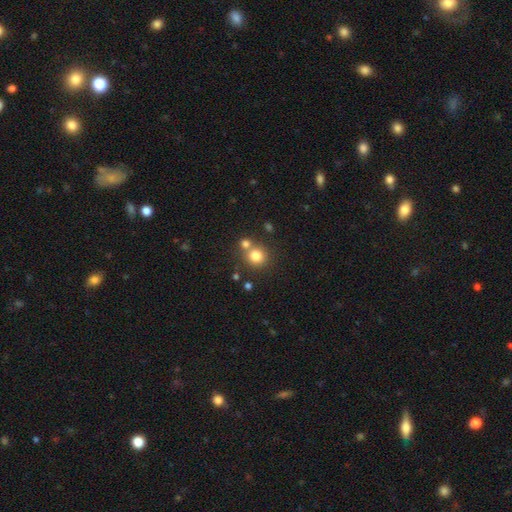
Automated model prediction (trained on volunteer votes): This appears to be a smooth galaxy with no disk features (79%) that is round (90%). Merging: none (61%).